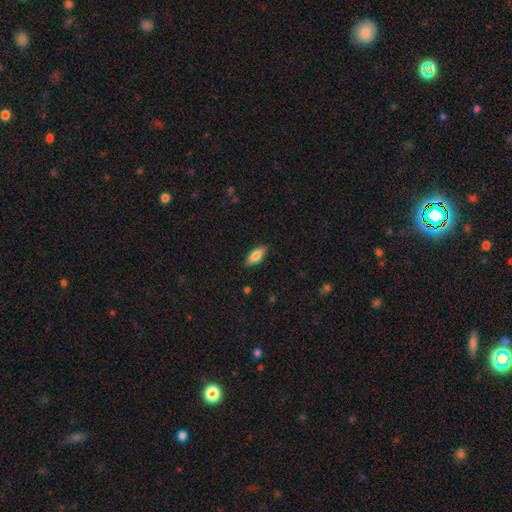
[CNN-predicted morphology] Q: Smooth or featured?
A: smooth (84%); runner-up: featured or disk (10%)
Q: How rounded?
A: in between (81%); runner-up: cigar-shaped (17%)
Q: Merging?
A: none (87%); runner-up: minor disturbance (10%)